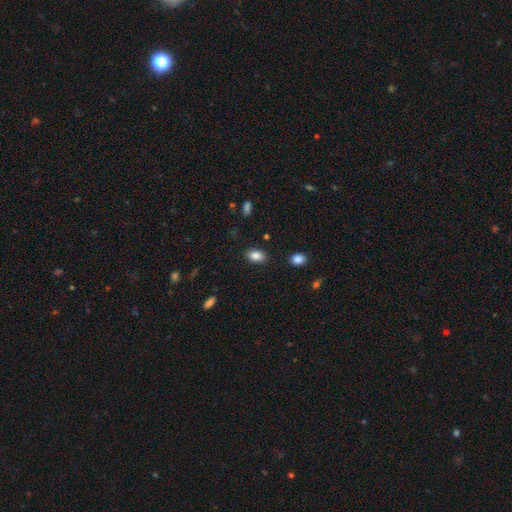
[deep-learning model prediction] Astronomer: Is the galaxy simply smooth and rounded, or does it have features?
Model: smooth — 85%.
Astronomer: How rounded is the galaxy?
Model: in between — 87%.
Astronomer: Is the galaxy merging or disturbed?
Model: none — 86%.